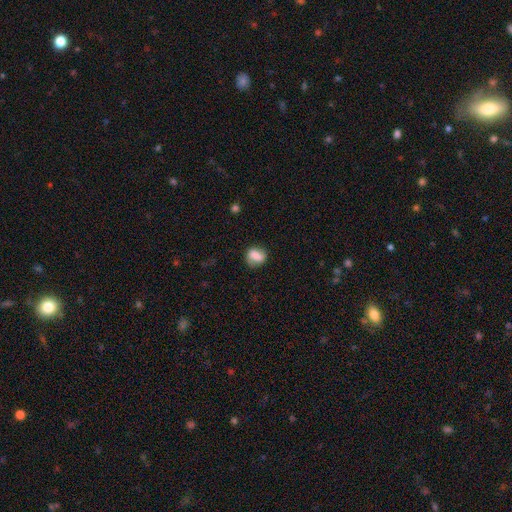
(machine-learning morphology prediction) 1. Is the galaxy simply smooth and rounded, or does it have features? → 72% smooth, 19% featured or disk, 9% star or artifact.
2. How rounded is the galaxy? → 53% round, 45% in between, 2% cigar-shaped.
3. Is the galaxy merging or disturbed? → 73% none, 19% minor disturbance, 6% major disturbance, 2% merger.